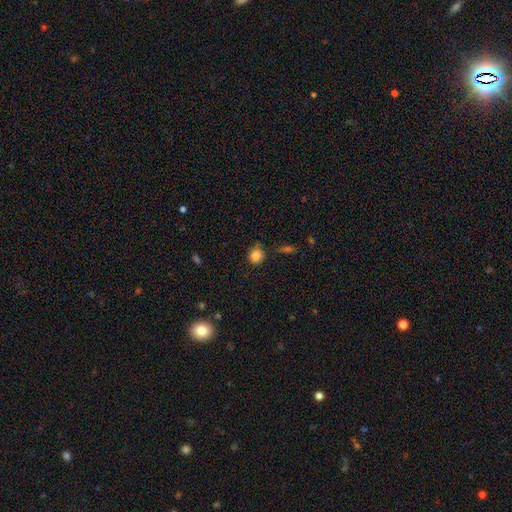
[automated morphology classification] Smooth or featured: smooth — 82% (star or artifact — 11%)
How rounded: round — 81% (in between — 18%)
Merging: none — 65% (minor disturbance — 25%)